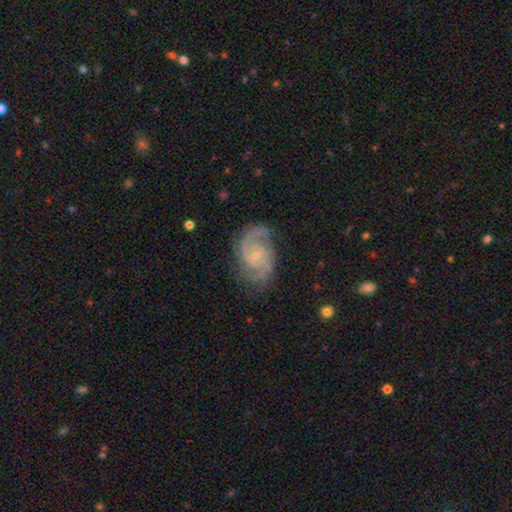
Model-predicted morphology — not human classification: type=featured or disk (90%); edge-on=no (98%); bar=no (65%); spiral arms=yes (98%); winding=medium (48%); arm count=2 (74%); bulge=small (75%); merging=none (76%).